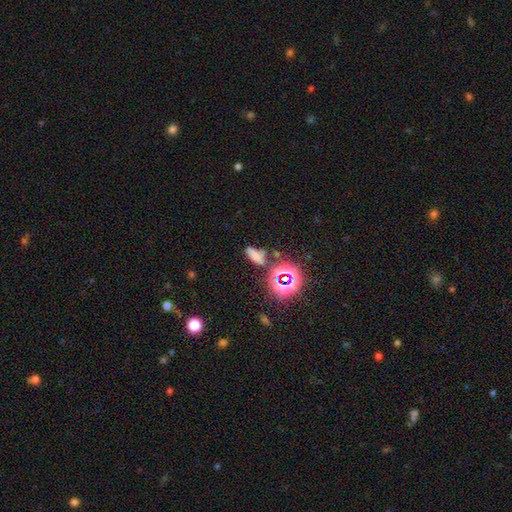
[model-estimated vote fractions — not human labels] Q: Smooth or featured?
A: smooth (56%); runner-up: star or artifact (32%)
Q: How rounded?
A: in between (70%); runner-up: cigar-shaped (20%)
Q: Merging?
A: none (51%); runner-up: minor disturbance (21%)